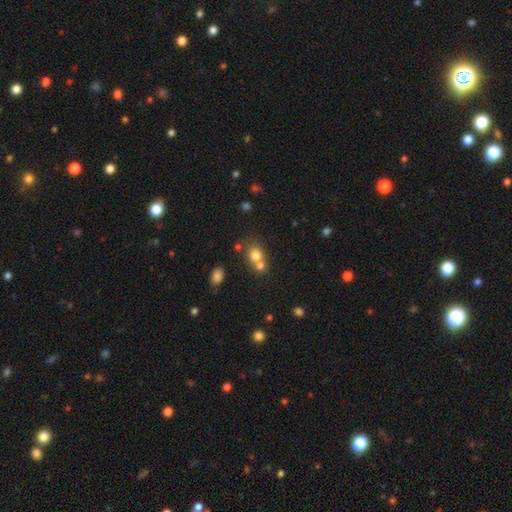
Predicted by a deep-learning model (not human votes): Smooth or featured: smooth — 75% (star or artifact — 13%)
How rounded: round — 68% (in between — 31%)
Merging: merger — 50% (none — 39%)